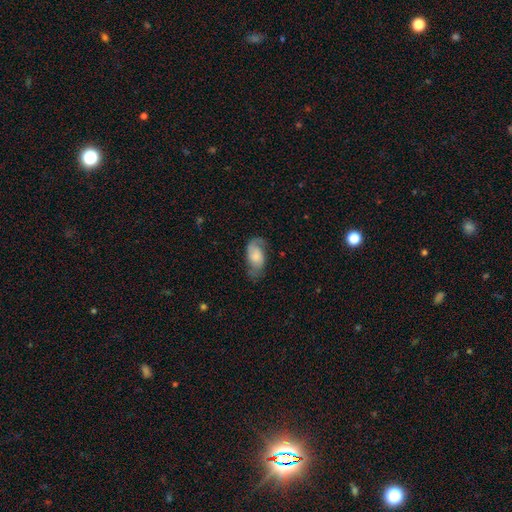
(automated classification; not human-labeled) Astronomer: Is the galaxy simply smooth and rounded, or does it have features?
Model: featured or disk — 54% (runner-up: smooth, 39%).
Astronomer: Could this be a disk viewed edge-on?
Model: no — 95%.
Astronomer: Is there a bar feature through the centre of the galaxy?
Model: no — 65%.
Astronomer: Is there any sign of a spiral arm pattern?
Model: yes — 87%.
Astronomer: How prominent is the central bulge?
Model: moderate — 25% (runner-up: none, 24%).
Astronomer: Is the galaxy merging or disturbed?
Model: none — 53%.